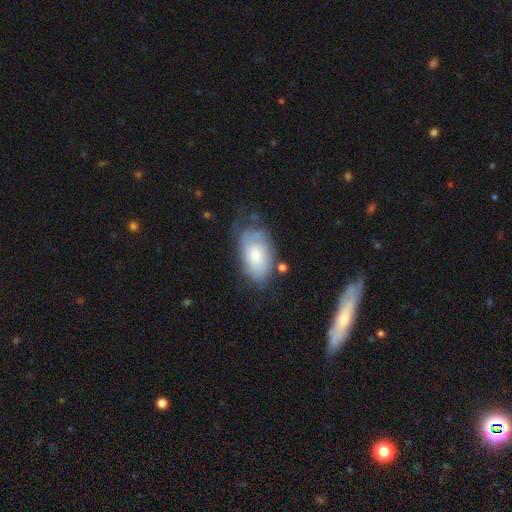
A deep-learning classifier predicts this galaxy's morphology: Smooth or featured: smooth — 50% (featured or disk — 43%)
Merging: none — 51% (minor disturbance — 29%)